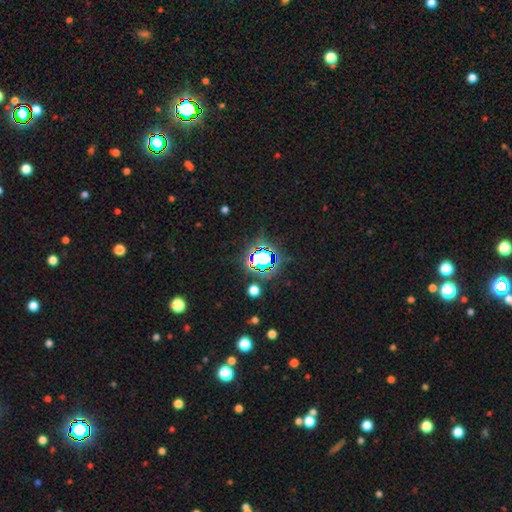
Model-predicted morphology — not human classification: Smooth or featured?
  - star or artifact: 68% *
  - smooth: 21%
  - featured or disk: 11%